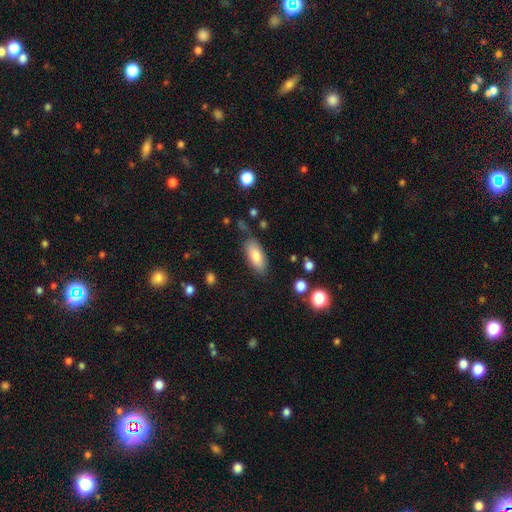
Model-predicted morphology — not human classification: smooth-or-featured: smooth: 80% | featured or disk: 13% | star or artifact: 7%
  how-rounded: in between: 82% | cigar-shaped: 16% | round: 2%
  merging: none: 78% | minor disturbance: 15% | major disturbance: 4% | merger: 3%